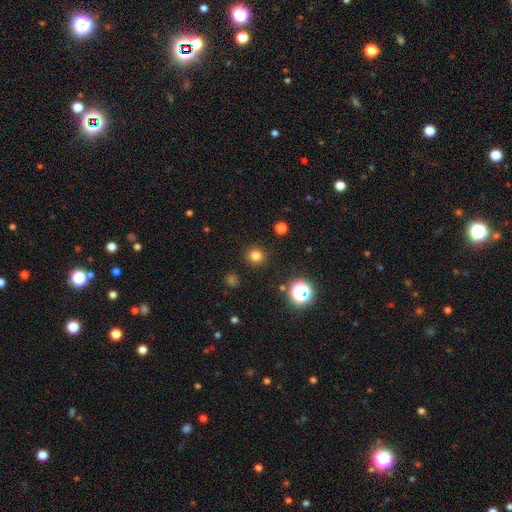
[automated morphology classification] smooth_or_featured: smooth (p=0.78) [alt: star or artifact p=0.18]
how_rounded: round (p=0.91) [alt: in between p=0.08]
merging: none (p=0.90) [alt: minor disturbance p=0.06]